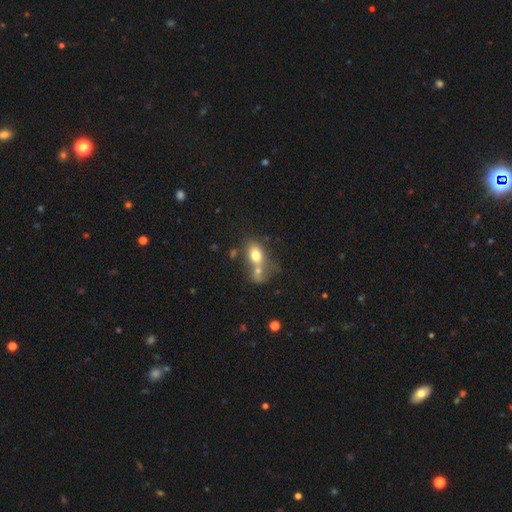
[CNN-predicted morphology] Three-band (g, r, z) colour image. It shows a smooth galaxy with no disk features (74%) that is in between round and cigar-shaped (77%). Merging: merger (51%).